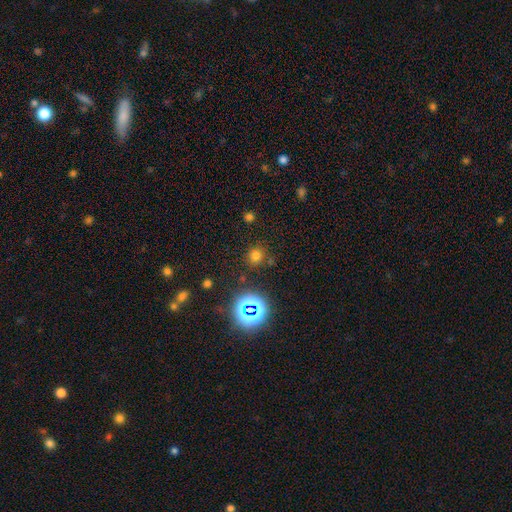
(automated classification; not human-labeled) Morphology: type=smooth (67%); roundness=round (89%); merging=none (84%).